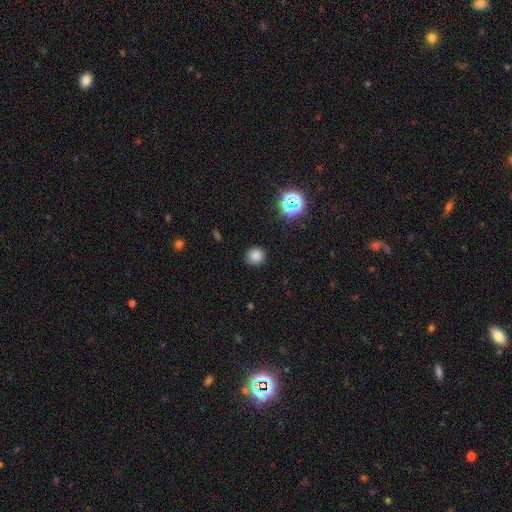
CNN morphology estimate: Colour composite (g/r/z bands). It shows a smooth galaxy with no disk features (79%) that is round (92%). Merging: none (87%).